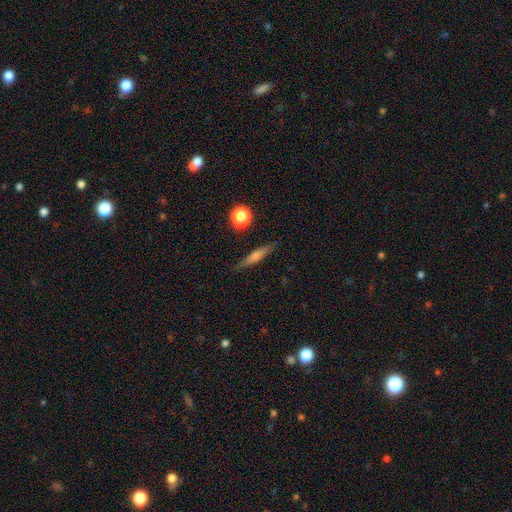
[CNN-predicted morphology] Smooth or featured? Predicted: featured or disk (p=0.46). Merging? Predicted: none (p=0.87).